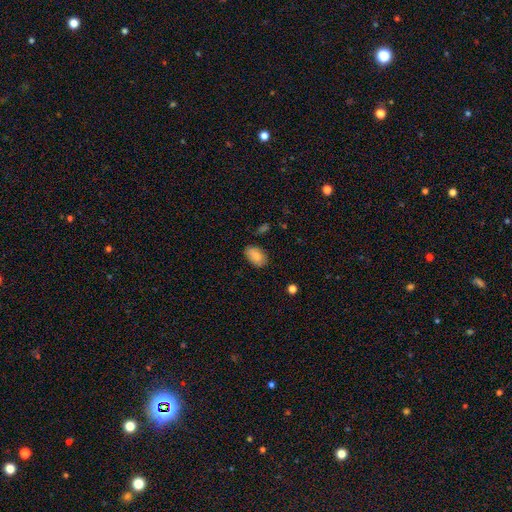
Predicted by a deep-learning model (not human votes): A smooth galaxy with no disk features (84%) that is in between round and cigar-shaped (90%).

Vote fractions:
- Smooth or featured? smooth: 84% / featured or disk: 9% / star or artifact: 7%
- How rounded? in between: 90% / round: 9% / cigar-shaped: 1%
- Merging? none: 80% / minor disturbance: 16% / major disturbance: 3% / merger: 2%